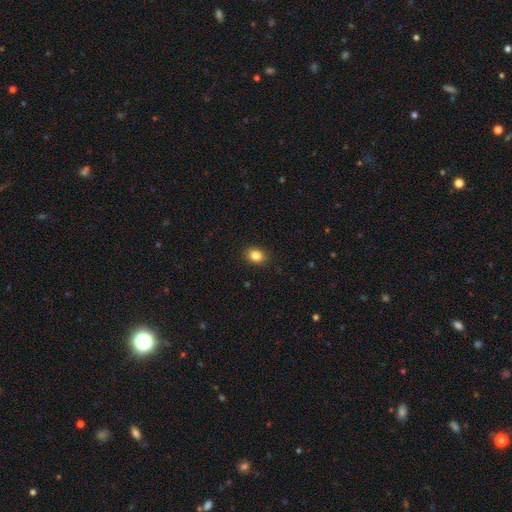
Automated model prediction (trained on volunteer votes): smooth 85%, star or artifact 10%, featured or disk 5%. Down the decision tree: how rounded — round (50%); merging — none (90%).